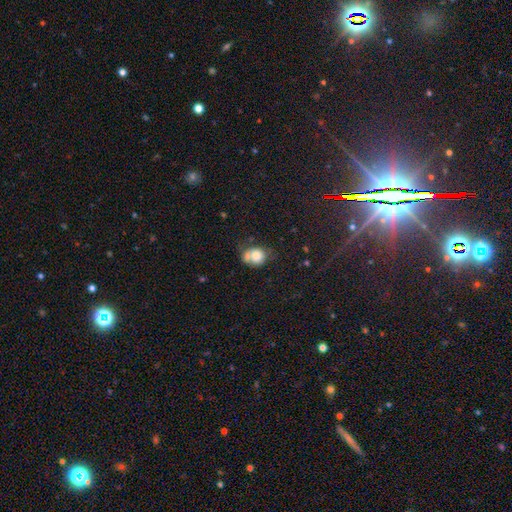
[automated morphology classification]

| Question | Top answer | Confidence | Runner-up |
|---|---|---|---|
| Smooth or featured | smooth | 76% | featured or disk (14%) |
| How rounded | round | 63% | in between (36%) |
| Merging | none | 37% | merger (27%) |